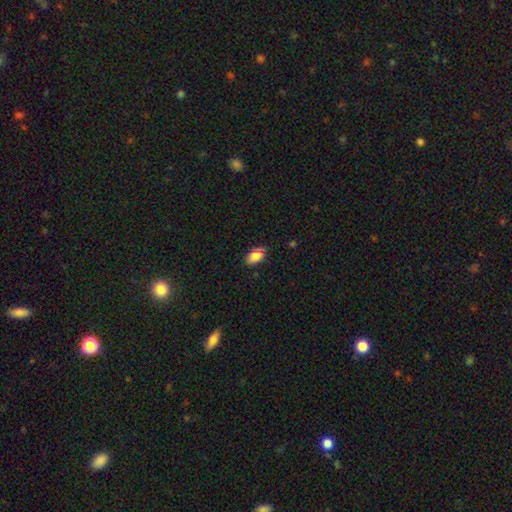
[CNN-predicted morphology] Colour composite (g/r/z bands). It shows a smooth galaxy with no disk features (84%) that is in between round and cigar-shaped (92%). Merging: none (75%).